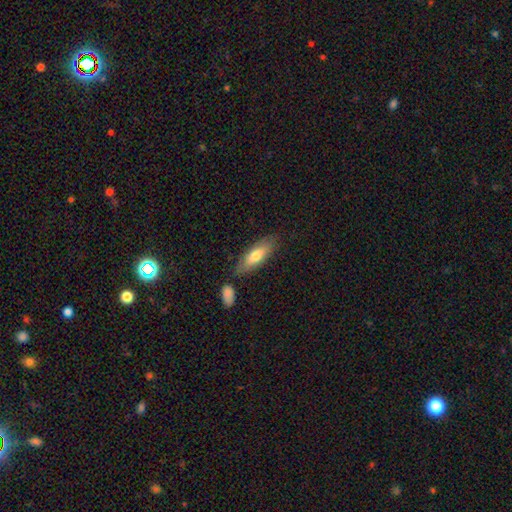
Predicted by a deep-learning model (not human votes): Morphology: type=smooth (71%); roundness=in between (57%); merging=none (73%).